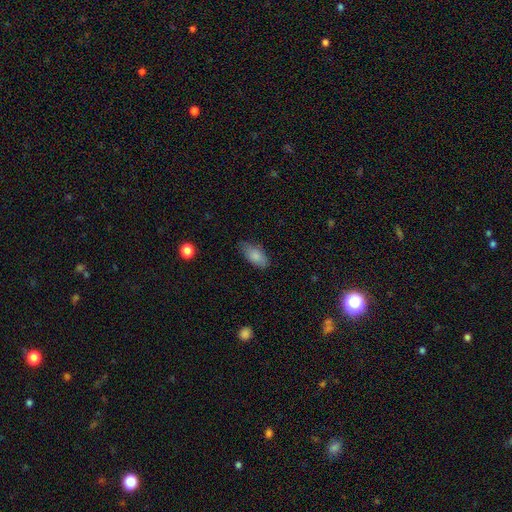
Morphology: type=smooth (88%); roundness=in between (91%); merging=none (64%).